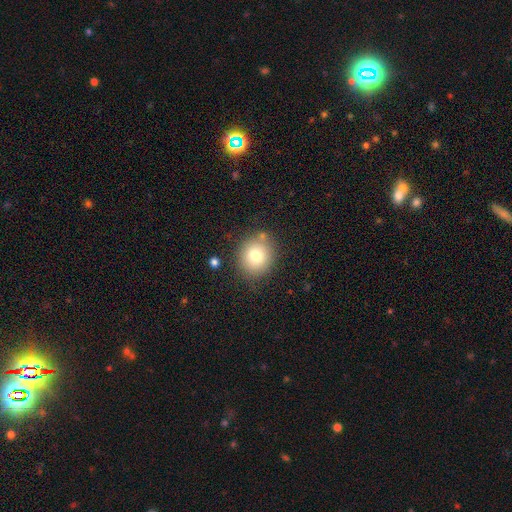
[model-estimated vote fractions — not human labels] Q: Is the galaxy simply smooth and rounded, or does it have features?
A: smooth — 75%.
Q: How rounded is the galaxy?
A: round — 78%.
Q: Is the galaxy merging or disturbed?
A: none — 81%.